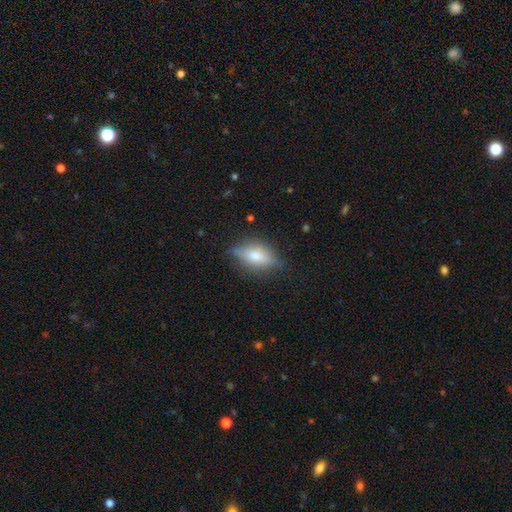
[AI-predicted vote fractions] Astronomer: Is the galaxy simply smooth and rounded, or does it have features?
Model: smooth — 52% (runner-up: featured or disk, 39%).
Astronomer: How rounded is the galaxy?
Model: in between — 74%.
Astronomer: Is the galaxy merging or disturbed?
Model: none — 73%.